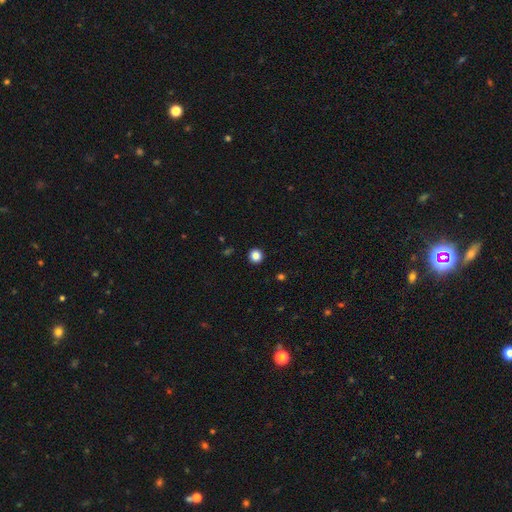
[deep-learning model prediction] smooth_or_featured: smooth (p=0.86) [alt: star or artifact p=0.11]
how_rounded: round (p=0.94) [alt: in between p=0.05]
merging: none (p=0.94) [alt: minor disturbance p=0.04]